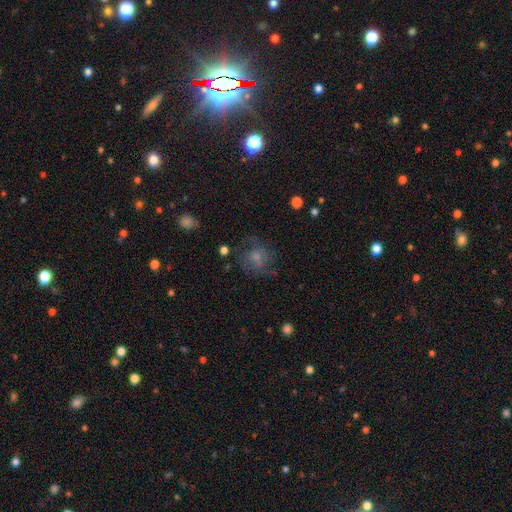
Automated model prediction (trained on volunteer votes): smooth-or-featured: featured or disk: 43% | smooth: 36% | star or artifact: 21%
  merging: none: 68% | minor disturbance: 17% | major disturbance: 13% | merger: 2%